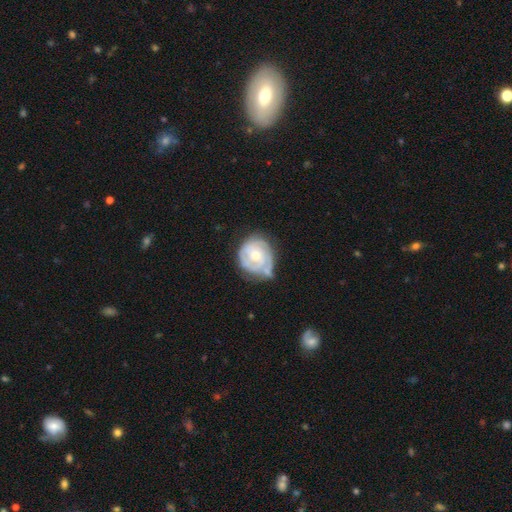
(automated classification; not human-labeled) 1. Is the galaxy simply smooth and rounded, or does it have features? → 71% featured or disk, 23% smooth, 5% star or artifact.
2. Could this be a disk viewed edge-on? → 98% no, 2% yes.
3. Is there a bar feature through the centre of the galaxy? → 77% no, 19% weak, 3% strong.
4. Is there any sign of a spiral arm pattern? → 81% yes, 19% no.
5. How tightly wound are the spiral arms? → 69% tight, 23% medium, 7% loose.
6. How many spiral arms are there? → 40% can't tell, 28% 2, 17% 3, 7% 1, 5% 4, 3% more than 4.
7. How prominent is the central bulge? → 57% moderate, 37% small, 3% large, 2% none, 1% dominant.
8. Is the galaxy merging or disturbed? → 48% none, 32% minor disturbance, 13% major disturbance, 7% merger.